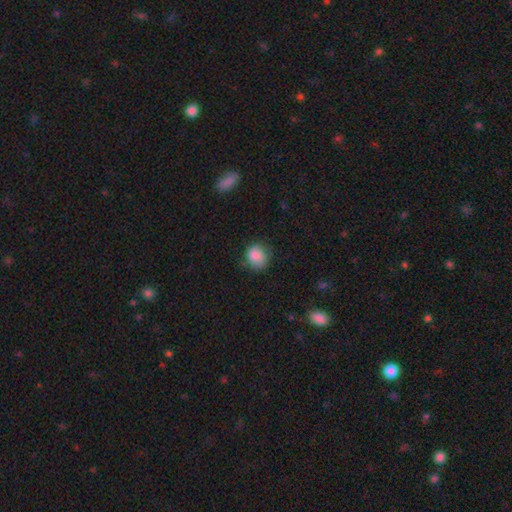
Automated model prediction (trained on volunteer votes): Smooth or featured?
  - smooth: 86% *
  - star or artifact: 8%
  - featured or disk: 5%
How rounded?
  - round: 76% *
  - in between: 23%
  - cigar-shaped: 1%
Merging?
  - none: 68% *
  - minor disturbance: 24%
  - major disturbance: 6%
  - merger: 2%